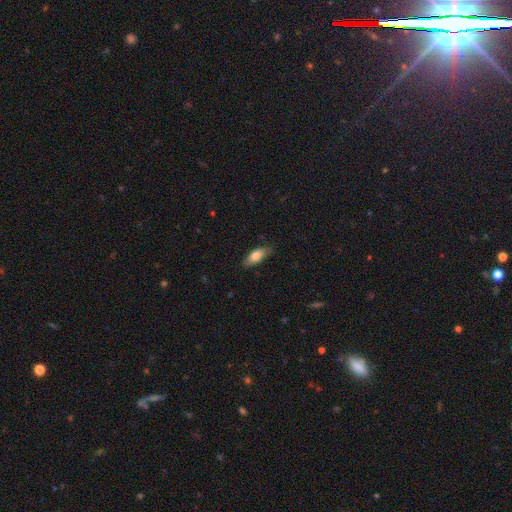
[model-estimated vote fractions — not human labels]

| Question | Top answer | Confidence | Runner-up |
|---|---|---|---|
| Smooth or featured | smooth | 76% | featured or disk (18%) |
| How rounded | in between | 77% | cigar-shaped (20%) |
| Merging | none | 80% | minor disturbance (16%) |